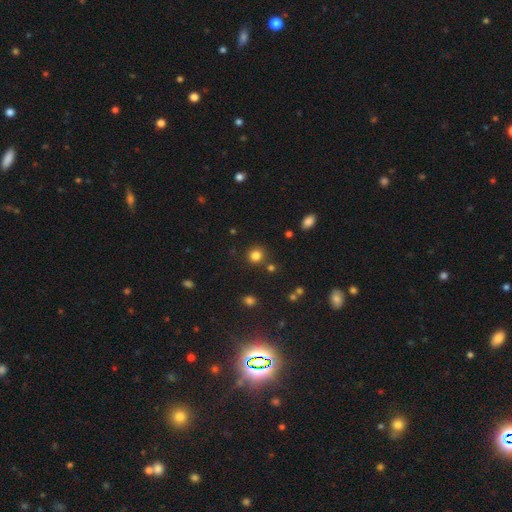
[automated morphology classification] Smooth or featured?
  - smooth: 81% *
  - star or artifact: 14%
  - featured or disk: 5%
How rounded?
  - round: 89% *
  - in between: 10%
  - cigar-shaped: 1%
Merging?
  - none: 83% *
  - minor disturbance: 8%
  - merger: 7%
  - major disturbance: 3%